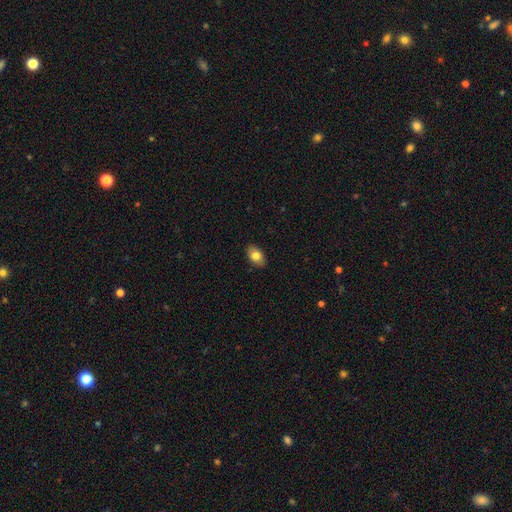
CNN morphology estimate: smooth 81%, featured or disk 12%, star or artifact 7%. Down the decision tree: how rounded — in between (89%); merging — none (89%).